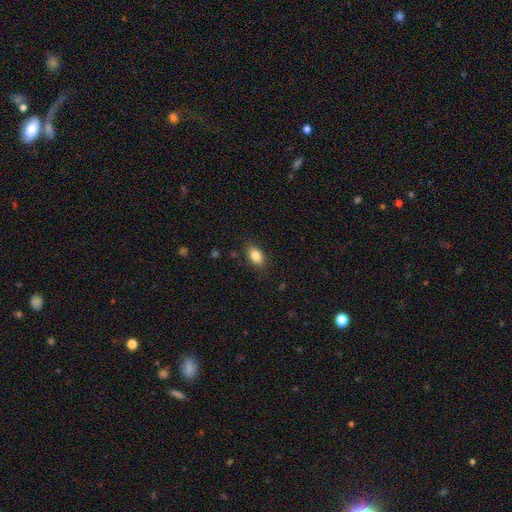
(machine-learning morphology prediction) Smooth or featured?
  - smooth: 85% *
  - star or artifact: 8%
  - featured or disk: 6%
How rounded?
  - in between: 88% *
  - round: 10%
  - cigar-shaped: 2%
Merging?
  - none: 85% *
  - minor disturbance: 11%
  - major disturbance: 3%
  - merger: 1%